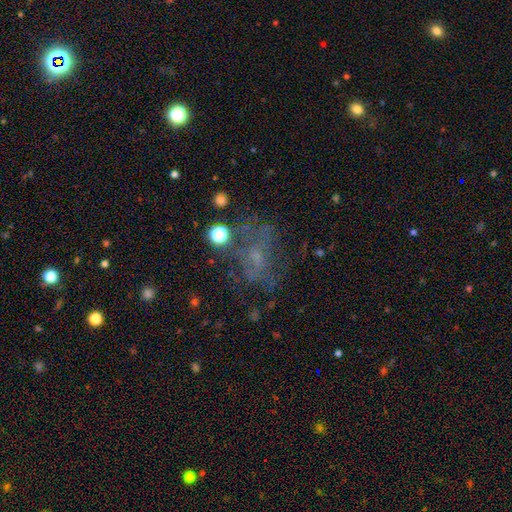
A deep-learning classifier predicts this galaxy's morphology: This appears to be a featured or disk galaxy (42%). Merging: none (52%).